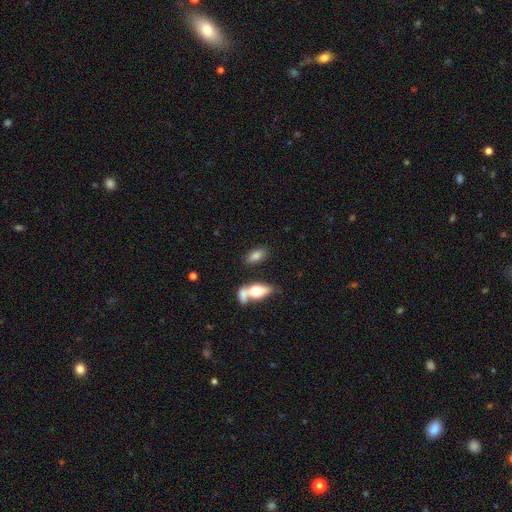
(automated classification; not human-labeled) Smooth or featured? Predicted: smooth (p=0.80). How rounded? Predicted: in between (p=0.87). Merging? Predicted: none (p=0.62).